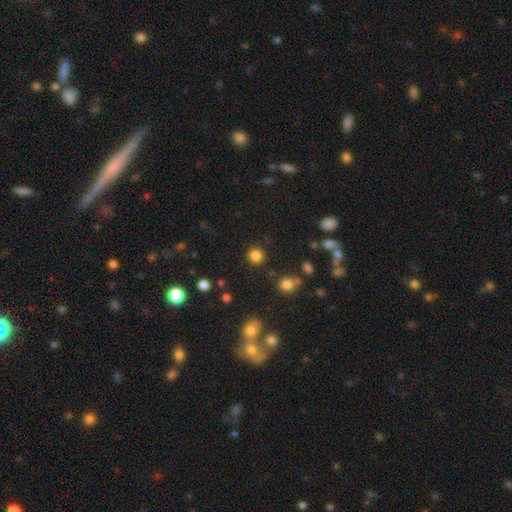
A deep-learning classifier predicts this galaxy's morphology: Overall: smooth (83%). How rounded: round (91%). Merging: none (89%).